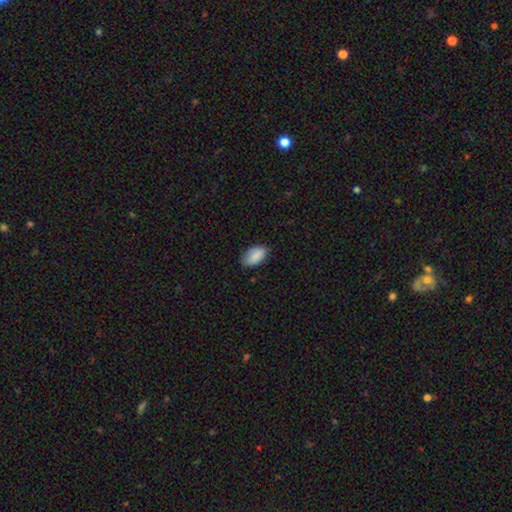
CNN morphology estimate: type=smooth (87%); roundness=in between (93%); merging=none (76%).